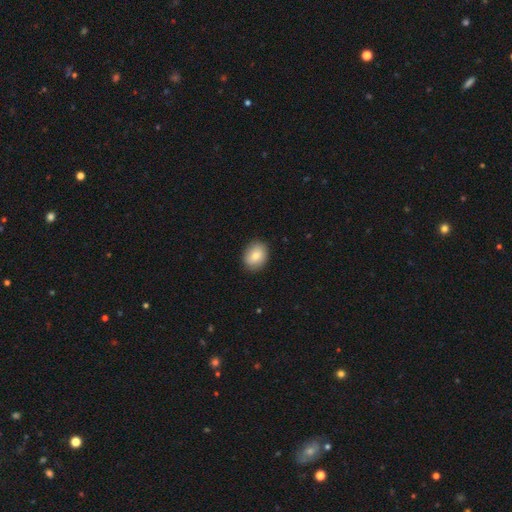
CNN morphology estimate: This is clearly a smooth galaxy (80%). How rounded: possibly in between (57%). Merging: clearly none (87%).